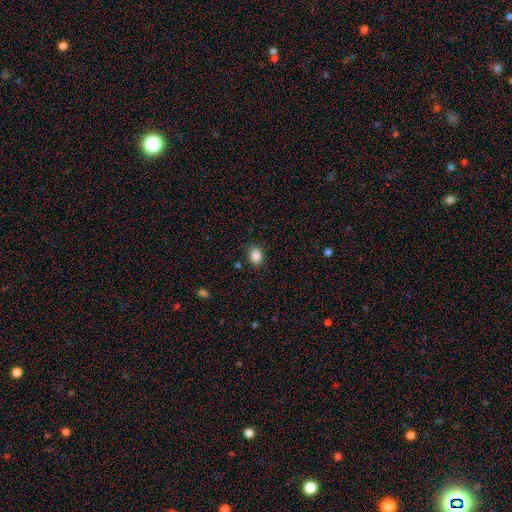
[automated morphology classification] Smooth or featured? Predicted: smooth (p=0.88). How rounded? Predicted: in between (p=0.68). Merging? Predicted: none (p=0.85).